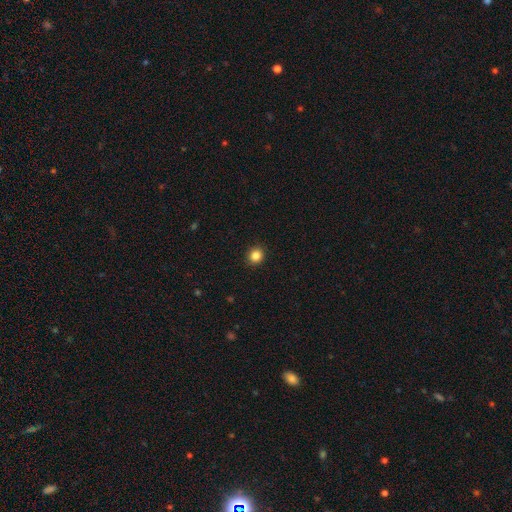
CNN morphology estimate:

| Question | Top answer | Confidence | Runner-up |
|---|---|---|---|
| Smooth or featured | smooth | 85% | star or artifact (11%) |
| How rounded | round | 84% | in between (15%) |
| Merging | none | 92% | minor disturbance (5%) |